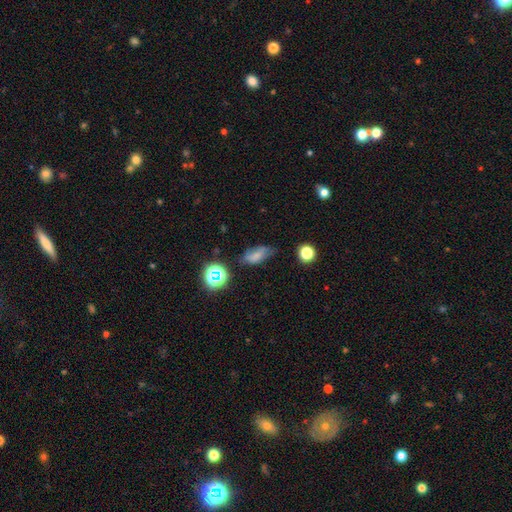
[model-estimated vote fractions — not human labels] Overall: smooth (67%). How rounded: in between (81%). Merging: none (56%; minor disturbance 31%).